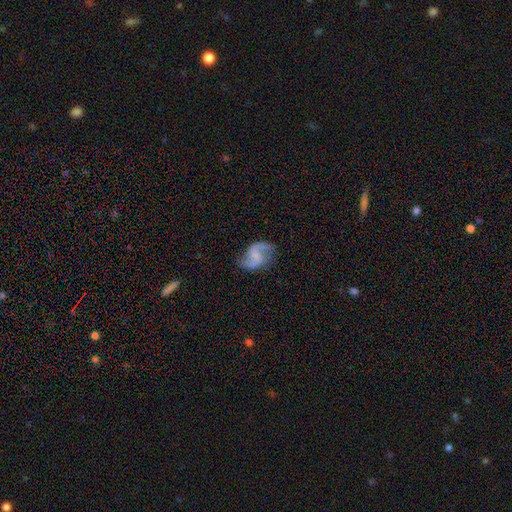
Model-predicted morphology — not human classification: A featured or disk galaxy (85%) with a weak bar (47%), 2 (93%) loose (51%) spiral arms (96%) and no central bulge (62%). Merging: none (77%).